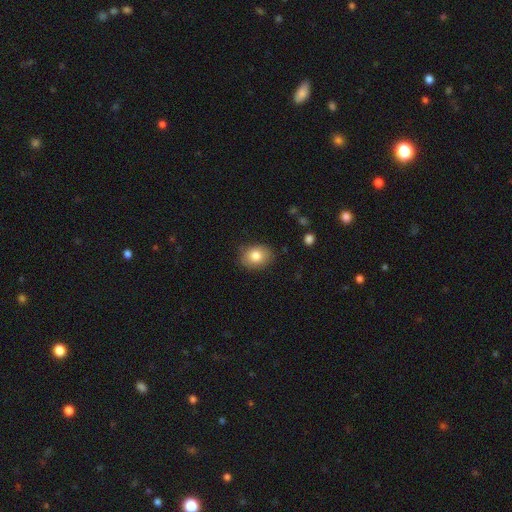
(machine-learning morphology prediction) This appears to be a smooth galaxy with no disk features (82%) that is in between round and cigar-shaped (63%). Merging: none (83%).